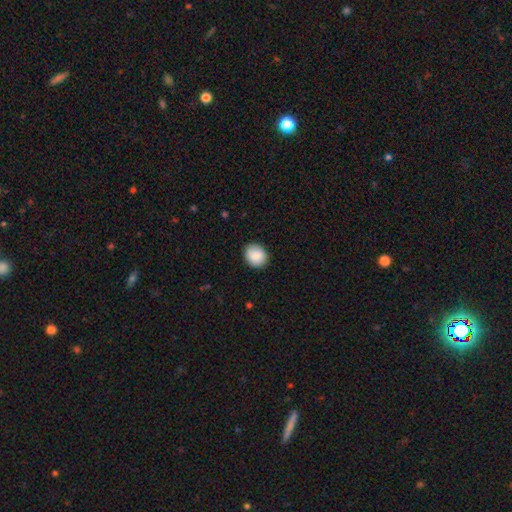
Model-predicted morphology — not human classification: Q: Smooth or featured?
A: smooth (85%); runner-up: featured or disk (8%)
Q: How rounded?
A: round (71%); runner-up: in between (28%)
Q: Merging?
A: none (87%); runner-up: minor disturbance (10%)